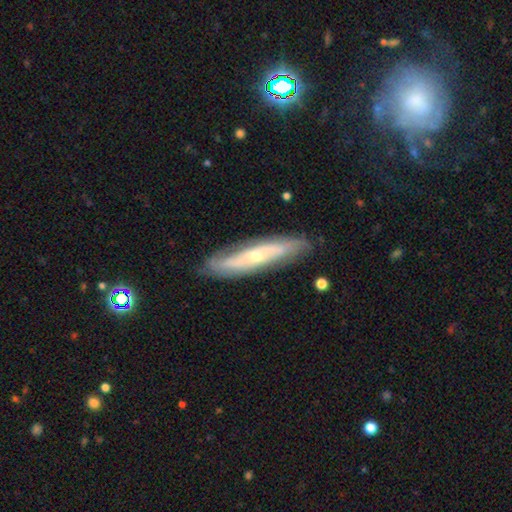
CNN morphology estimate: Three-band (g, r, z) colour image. It shows a featured or disk galaxy (70%). Merging: none (80%).